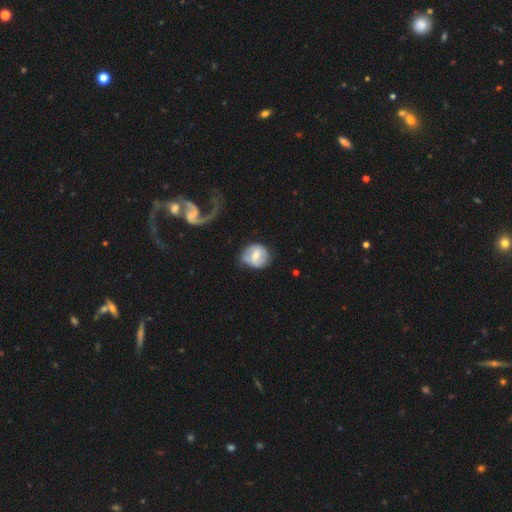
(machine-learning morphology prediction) Overall: smooth (48%; featured or disk 46%). Merging: none (63%).